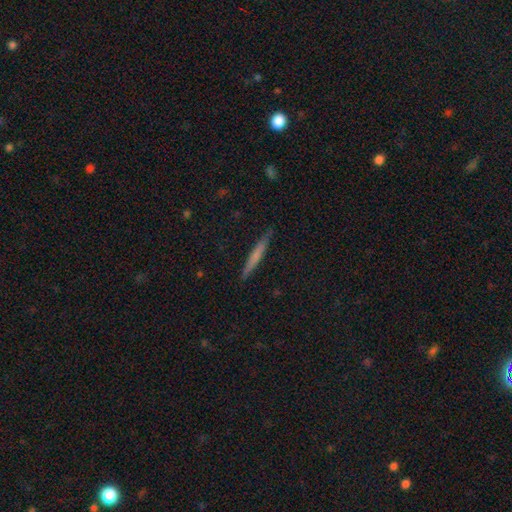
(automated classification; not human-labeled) Smooth or featured? Predicted: smooth (p=0.59). How rounded? Predicted: cigar-shaped (p=0.96). Merging? Predicted: none (p=0.88).